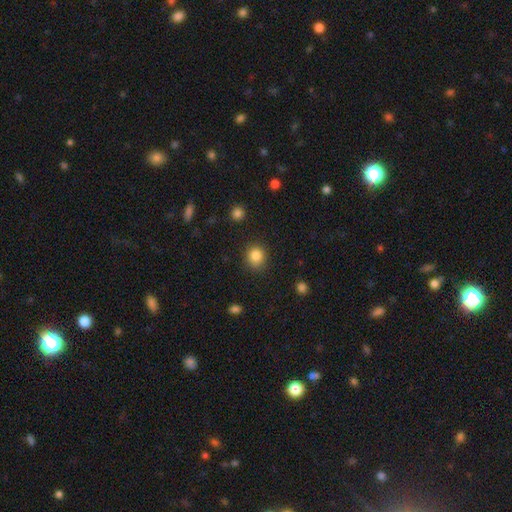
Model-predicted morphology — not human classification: A smooth galaxy with no disk features (85%) that is round (80%). Merging: none (87%).